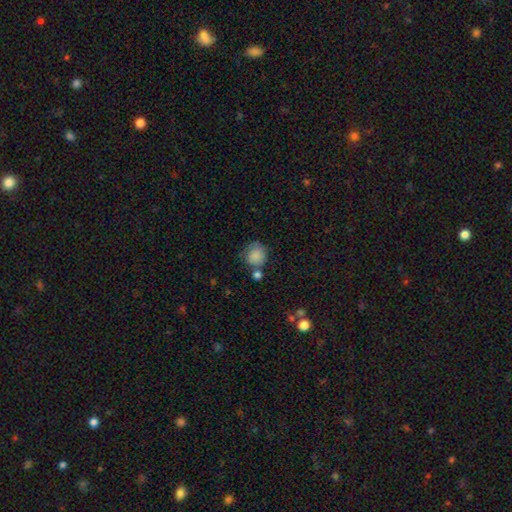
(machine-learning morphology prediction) This appears to be a smooth galaxy with no disk features (84%) that is round (82%). Merging: none (53%).